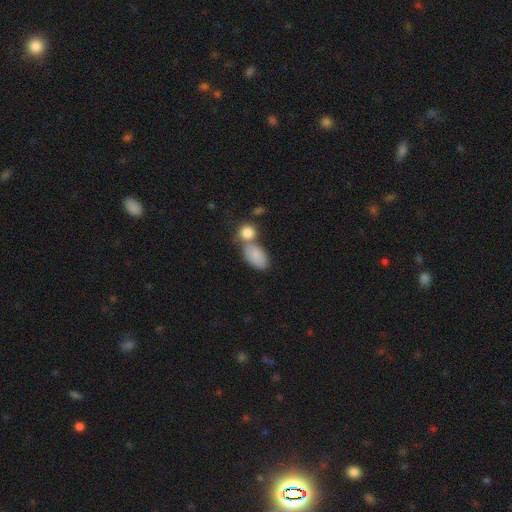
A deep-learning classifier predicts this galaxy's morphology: A smooth galaxy with no disk features (83%) that is in between round and cigar-shaped (89%). Merging: merger (44%).